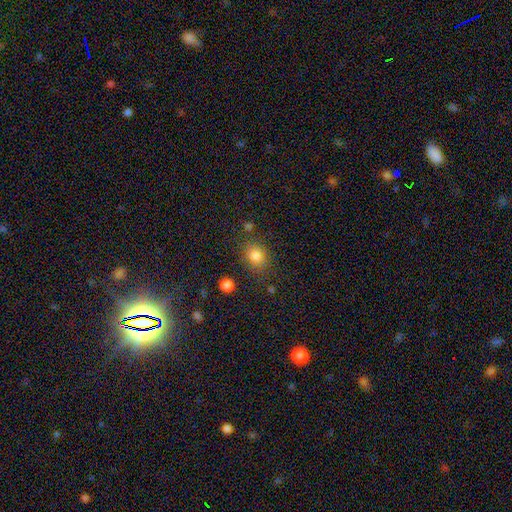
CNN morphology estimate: smooth 83%, star or artifact 12%, featured or disk 5%. Down the decision tree: how rounded — round (64%); merging — none (78%).